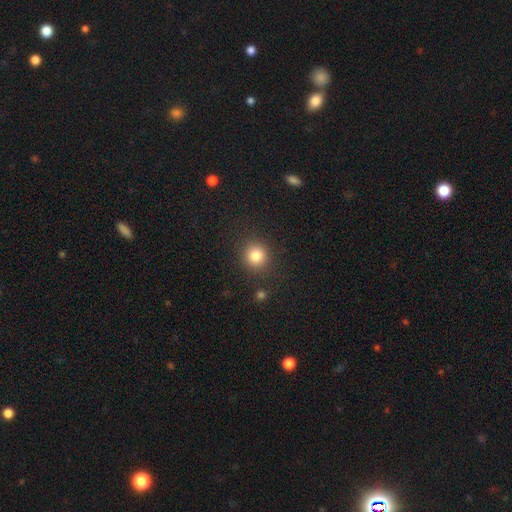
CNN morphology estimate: Smooth or featured: smooth — 83% (star or artifact — 11%)
How rounded: round — 90% (in between — 9%)
Merging: none — 87% (minor disturbance — 7%)